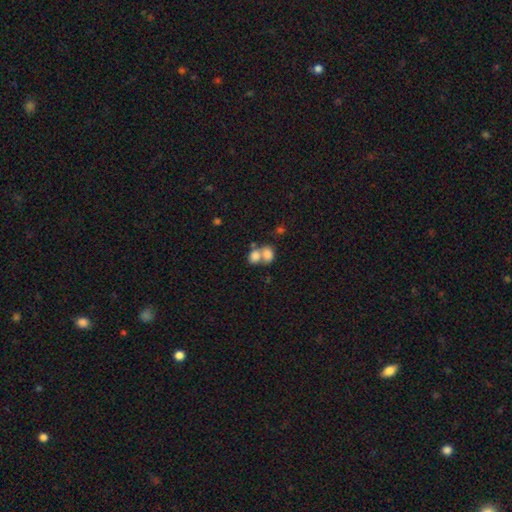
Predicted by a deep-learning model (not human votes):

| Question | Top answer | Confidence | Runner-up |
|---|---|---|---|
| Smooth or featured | smooth | 77% | featured or disk (13%) |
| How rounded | in between | 61% | round (38%) |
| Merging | merger | 66% | none (23%) |